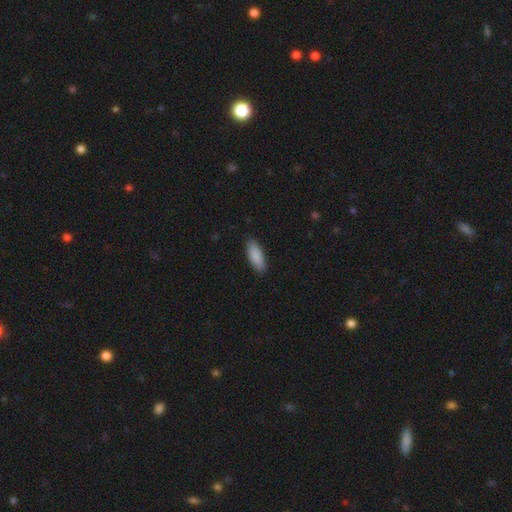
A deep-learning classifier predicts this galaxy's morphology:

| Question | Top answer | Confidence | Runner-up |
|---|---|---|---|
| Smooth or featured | smooth | 89% | star or artifact (6%) |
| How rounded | in between | 75% | cigar-shaped (24%) |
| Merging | none | 87% | minor disturbance (10%) |